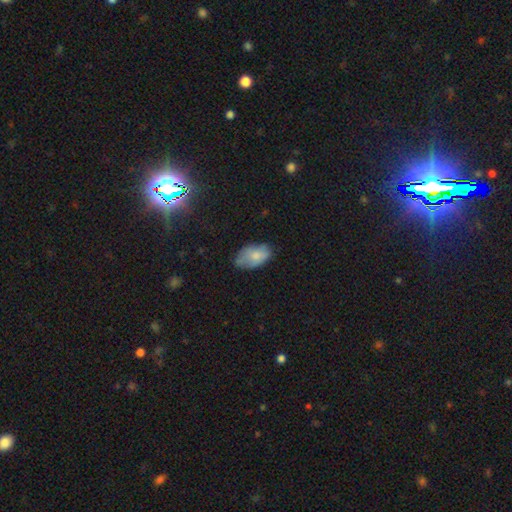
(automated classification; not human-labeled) smooth-or-featured: smooth: 76% | featured or disk: 16% | star or artifact: 8%
  how-rounded: in between: 93% | round: 6% | cigar-shaped: 1%
  merging: none: 56% | minor disturbance: 34% | major disturbance: 8% | merger: 2%